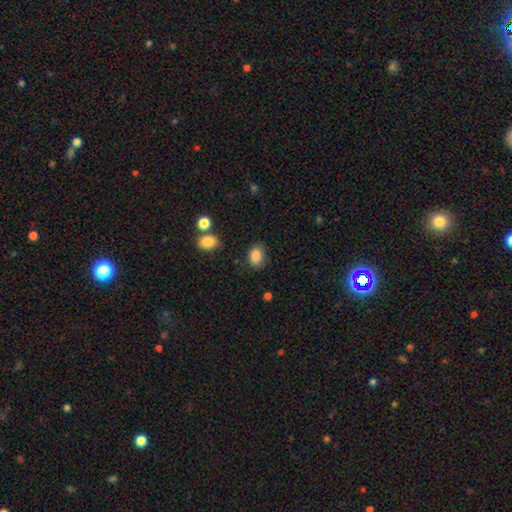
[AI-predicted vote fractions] Q: Smooth or featured?
A: smooth (87%); runner-up: star or artifact (9%)
Q: How rounded?
A: in between (74%); runner-up: round (25%)
Q: Merging?
A: none (81%); runner-up: minor disturbance (13%)